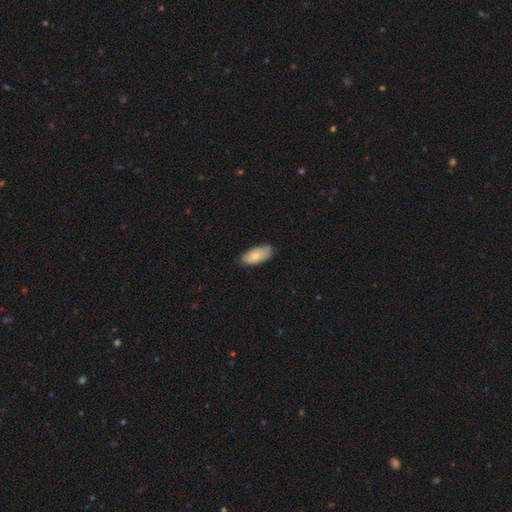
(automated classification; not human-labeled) Smooth or featured: smooth — 76% (featured or disk — 18%)
How rounded: in between — 93% (cigar-shaped — 5%)
Merging: none — 72% (minor disturbance — 23%)